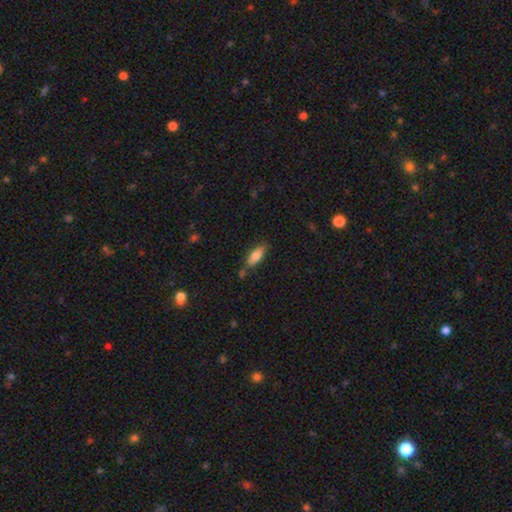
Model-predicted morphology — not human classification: This is likely a smooth galaxy (78%). How rounded: likely in between (68%). Merging: likely none (72%).